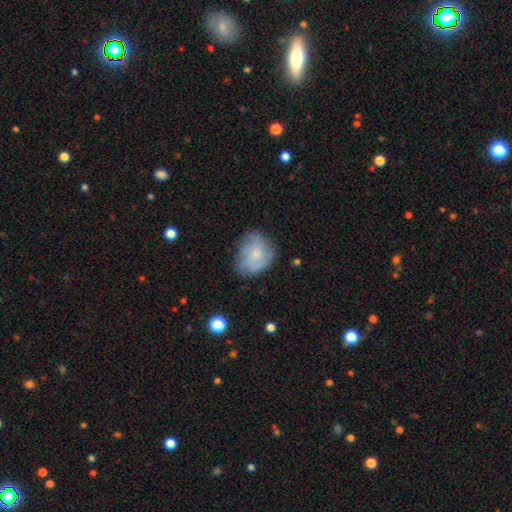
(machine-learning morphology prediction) This appears to be a smooth galaxy with no disk features (50%) that is round (53%). Merging: none (65%).